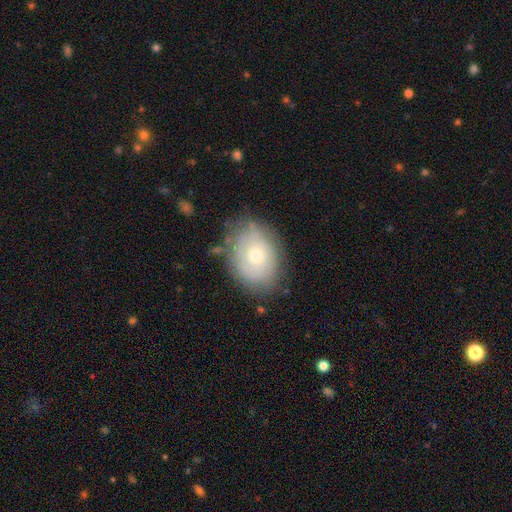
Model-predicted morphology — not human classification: Q: Smooth or featured?
A: smooth (56%); runner-up: featured or disk (36%)
Q: How rounded?
A: in between (70%); runner-up: round (29%)
Q: Merging?
A: none (74%); runner-up: minor disturbance (19%)